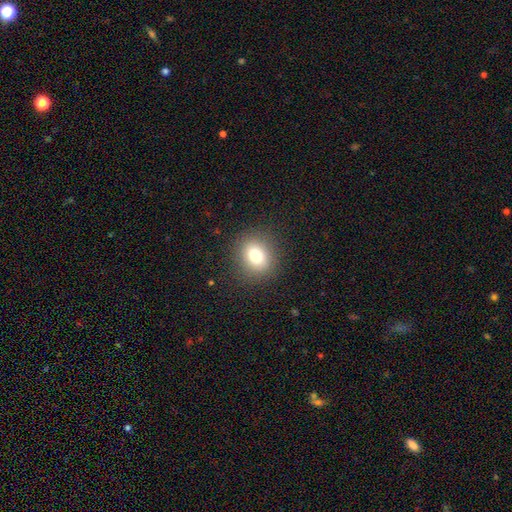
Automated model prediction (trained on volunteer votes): Smooth or featured: smooth — 78% (star or artifact — 12%)
How rounded: round — 64% (in between — 35%)
Merging: none — 87% (minor disturbance — 8%)